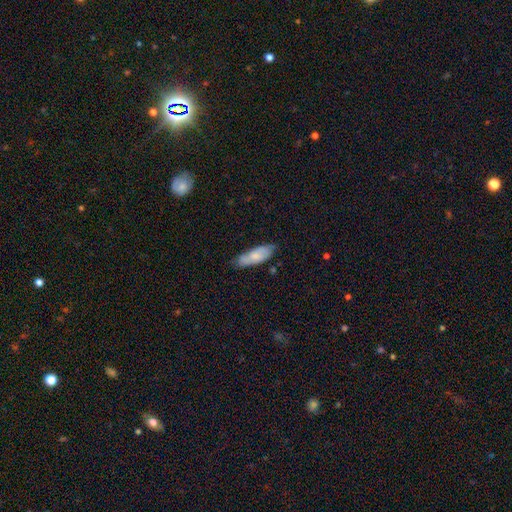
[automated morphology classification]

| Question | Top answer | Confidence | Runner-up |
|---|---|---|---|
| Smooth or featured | smooth | 70% | featured or disk (24%) |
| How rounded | in between | 62% | cigar-shaped (36%) |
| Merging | none | 65% | minor disturbance (27%) |